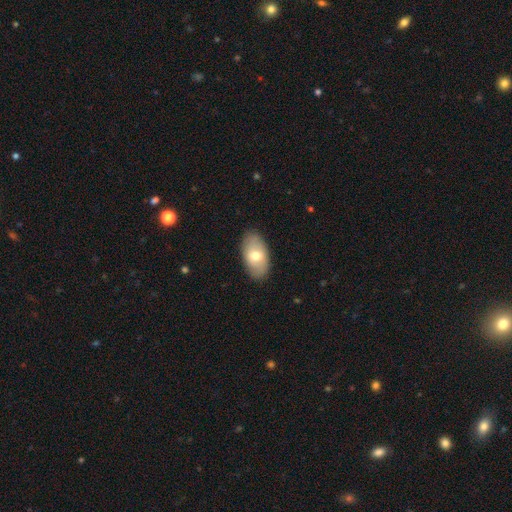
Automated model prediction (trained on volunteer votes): This is likely a smooth galaxy (65%). How rounded: clearly in between (93%). Merging: clearly none (86%).